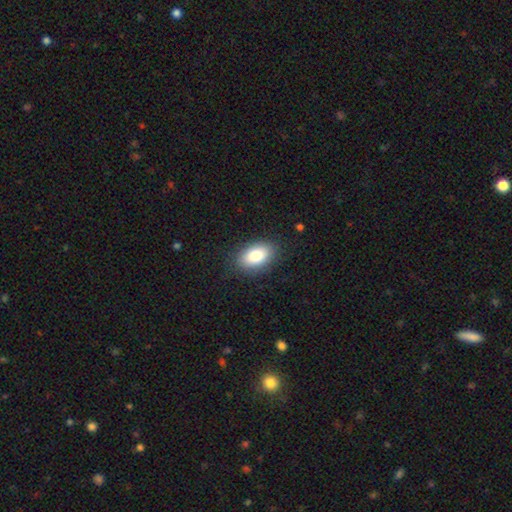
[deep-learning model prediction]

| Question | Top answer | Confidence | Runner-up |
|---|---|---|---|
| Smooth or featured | smooth | 83% | featured or disk (9%) |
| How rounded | in between | 91% | round (7%) |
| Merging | none | 86% | minor disturbance (10%) |